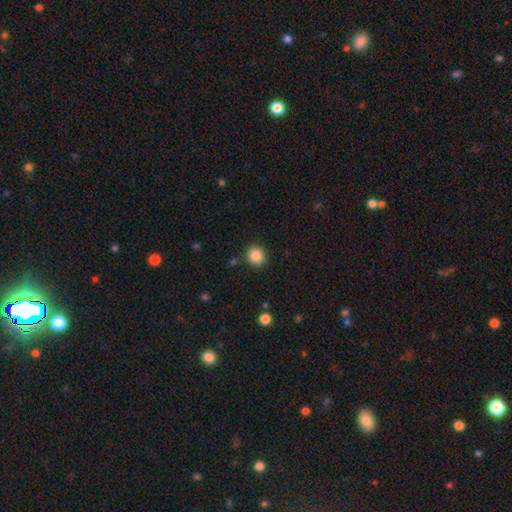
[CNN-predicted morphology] Smooth or featured: smooth — 86% (star or artifact — 10%)
How rounded: round — 82% (in between — 17%)
Merging: none — 89% (minor disturbance — 7%)